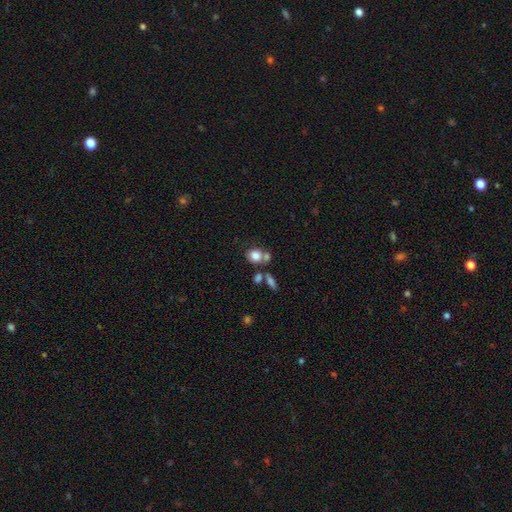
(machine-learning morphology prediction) Smooth or featured? smooth (79%)
How rounded? round (62%)
Merging? none (49%)